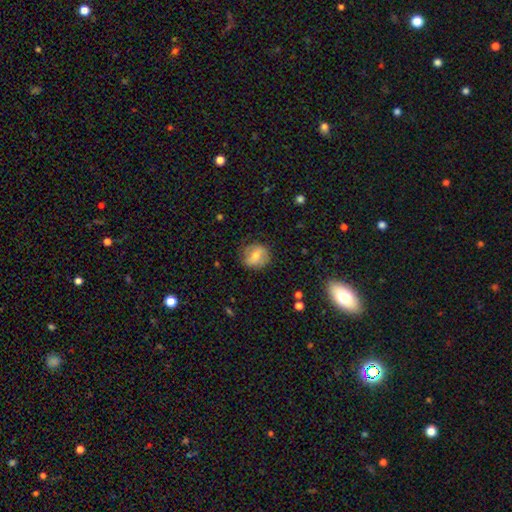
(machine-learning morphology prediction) Smooth or featured? smooth (54%)
How rounded? round (77%)
Merging? none (76%)